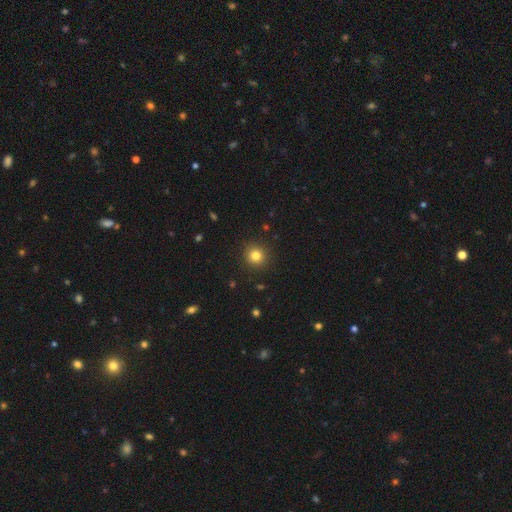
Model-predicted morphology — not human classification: The model was most divided on "smooth or featured": smooth: 82%, star or artifact: 13%, featured or disk: 6%. More confident: how rounded — round (93%); merging — none (91%).